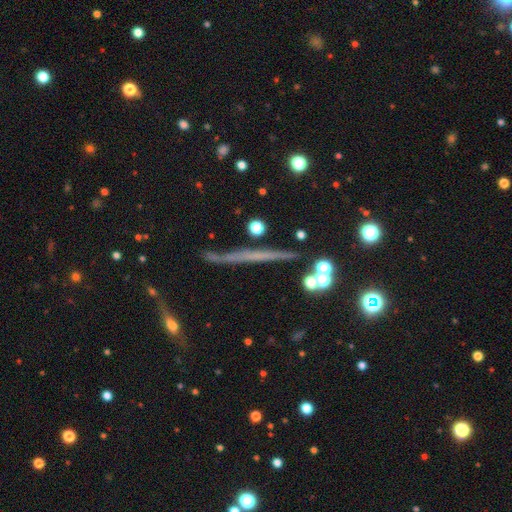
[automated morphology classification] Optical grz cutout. It shows a featured or disk galaxy (58%) viewed edge-on (96%) with no central bulge (76%). Merging: none (84%).